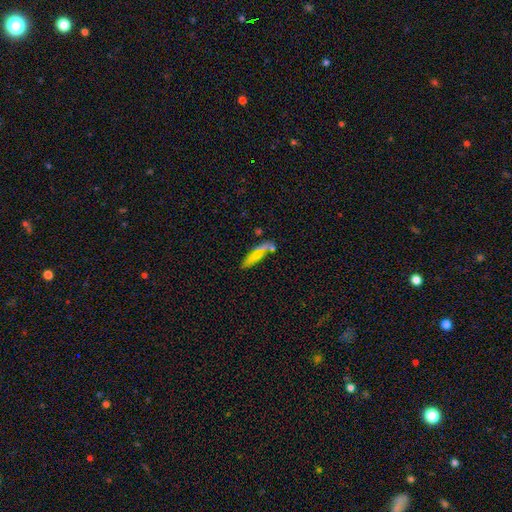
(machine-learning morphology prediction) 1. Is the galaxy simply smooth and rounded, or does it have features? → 68% smooth, 19% featured or disk, 13% star or artifact.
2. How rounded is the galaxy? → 68% cigar-shaped, 29% in between, 3% round.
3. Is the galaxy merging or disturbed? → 59% none, 19% merger, 16% minor disturbance, 7% major disturbance.